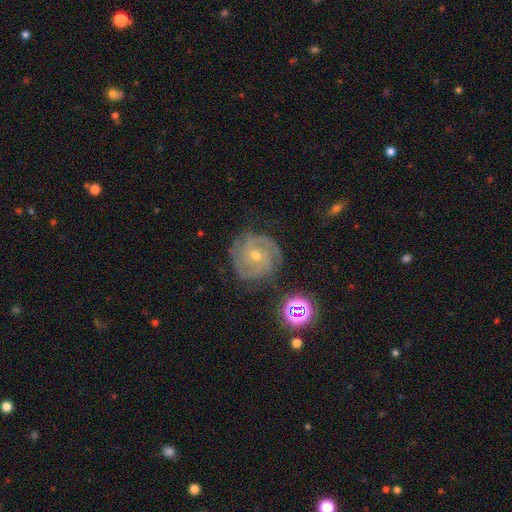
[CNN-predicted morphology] Smooth or featured: featured or disk — 86% (star or artifact — 8%)
Edge-on disk: no — 98% (yes — 2%)
Bar: no — 64% (weak — 28%)
Spiral arms: yes — 98% (no — 2%)
Spiral winding: tight — 72% (medium — 24%)
Spiral arm count: 3 — 44% (2 — 24%)
Bulge size: small — 54% (moderate — 44%)
Merging: none — 79% (minor disturbance — 15%)